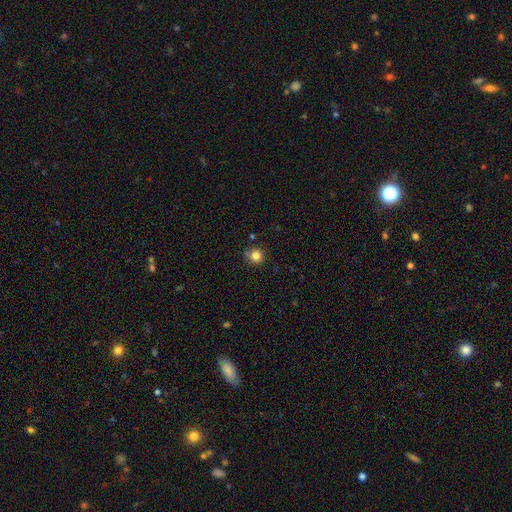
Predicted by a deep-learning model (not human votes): smooth 82%, star or artifact 12%, featured or disk 5%. Down the decision tree: how rounded — round (93%); merging — none (78%).